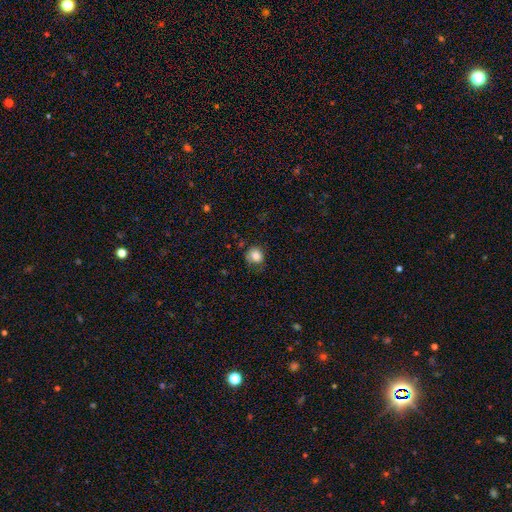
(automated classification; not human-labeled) smooth_or_featured: smooth (p=0.82) [alt: star or artifact p=0.09]
how_rounded: round (p=0.76) [alt: in between p=0.23]
merging: none (p=0.62) [alt: minor disturbance p=0.26]